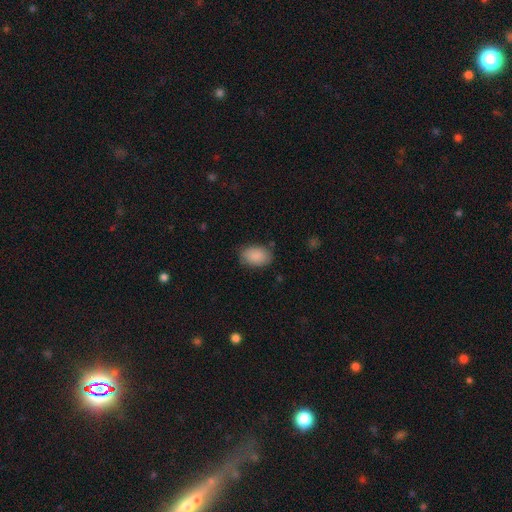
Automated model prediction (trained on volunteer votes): Q: Smooth or featured?
A: smooth (88%); runner-up: star or artifact (7%)
Q: How rounded?
A: in between (86%); runner-up: round (13%)
Q: Merging?
A: none (79%); runner-up: minor disturbance (16%)